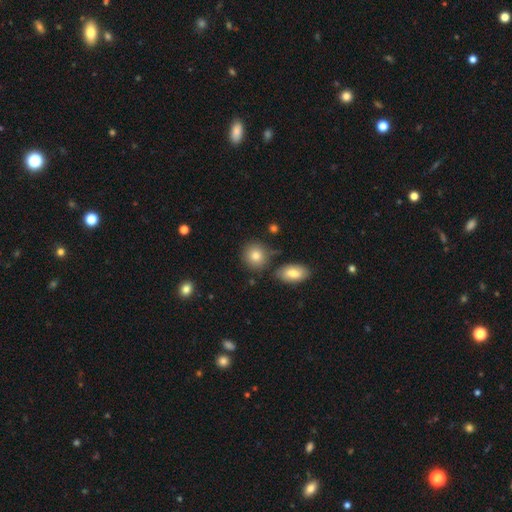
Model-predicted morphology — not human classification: type=smooth (82%); roundness=round (82%); merging=none (76%).